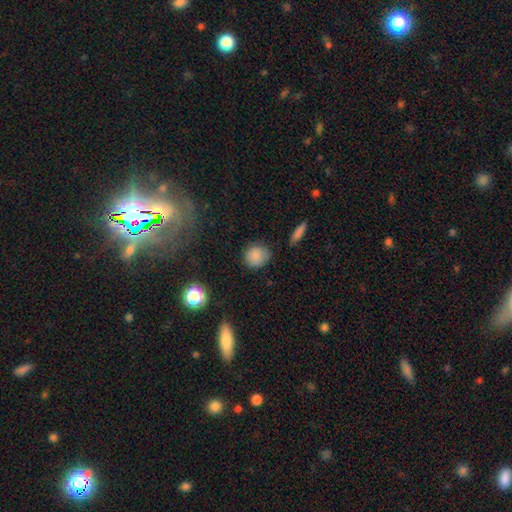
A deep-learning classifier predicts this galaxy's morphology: smooth 84%, star or artifact 10%, featured or disk 6%. Down the decision tree: how rounded — round (84%); merging — none (81%).